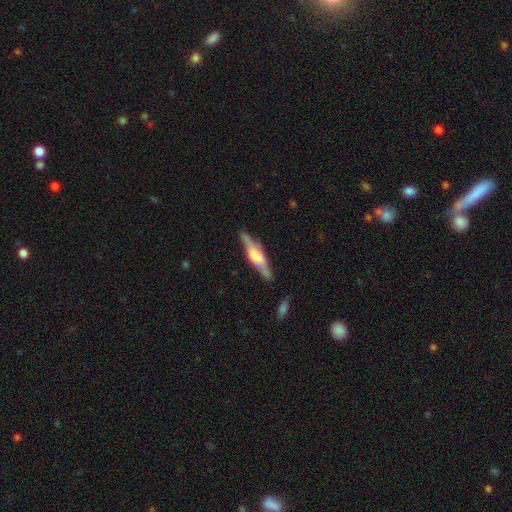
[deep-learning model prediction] smooth-or-featured: featured or disk: 66% | smooth: 28% | star or artifact: 6%
  disk-edge-on: yes: 92% | no: 8%
    edge-on-bulge: rounded: 56% | boxy: 38% | none: 6%
  merging: none: 81% | minor disturbance: 14% | major disturbance: 4% | merger: 2%